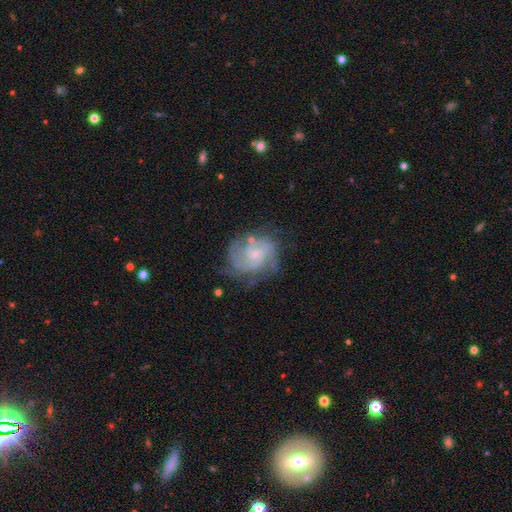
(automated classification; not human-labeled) Smooth or featured? Predicted: featured or disk (p=0.67). Edge-on disk? Predicted: no (p=0.97). Bar? Predicted: no (p=0.62). Spiral arms? Predicted: yes (p=0.88). Spiral winding? Predicted: tight (p=0.52). Spiral arm count? Predicted: can't tell (p=0.41). Bulge size? Predicted: small (p=0.55). Merging? Predicted: none (p=0.71).